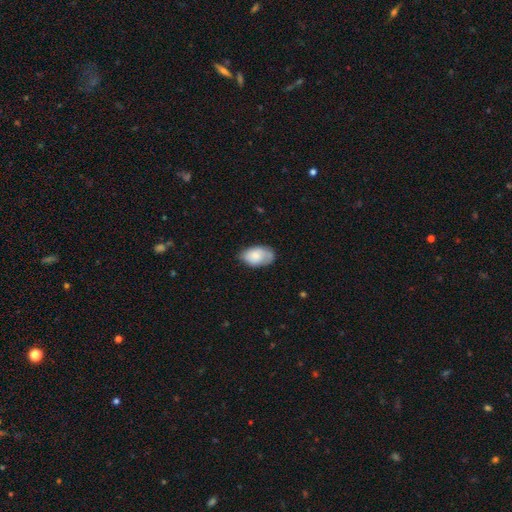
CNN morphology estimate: smooth_or_featured: smooth (p=0.75) [alt: featured or disk p=0.19]
how_rounded: in between (p=0.92) [alt: round p=0.06]
merging: none (p=0.62) [alt: minor disturbance p=0.29]